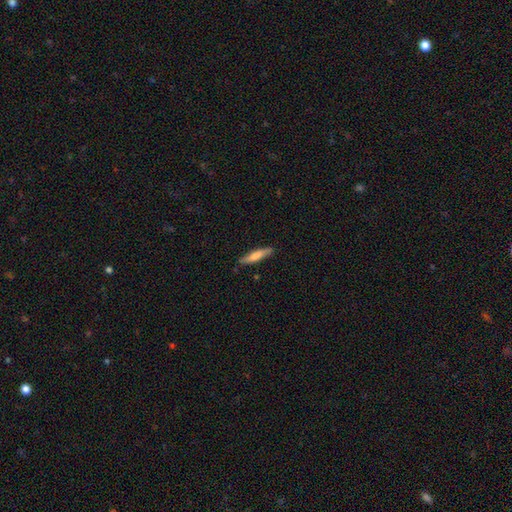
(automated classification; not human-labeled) smooth-or-featured: smooth: 69% | featured or disk: 26% | star or artifact: 5%
  how-rounded: cigar-shaped: 88% | in between: 11% | round: 1%
  merging: none: 85% | minor disturbance: 12% | major disturbance: 2% | merger: 1%